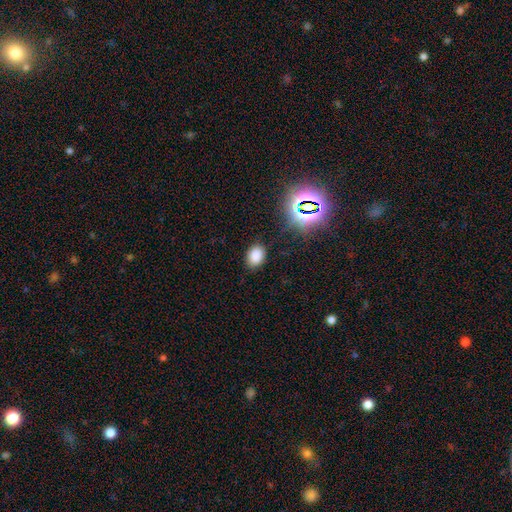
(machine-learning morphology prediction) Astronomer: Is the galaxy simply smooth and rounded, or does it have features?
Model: smooth — 79%.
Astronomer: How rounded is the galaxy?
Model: in between — 72%.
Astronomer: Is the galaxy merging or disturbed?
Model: none — 84%.